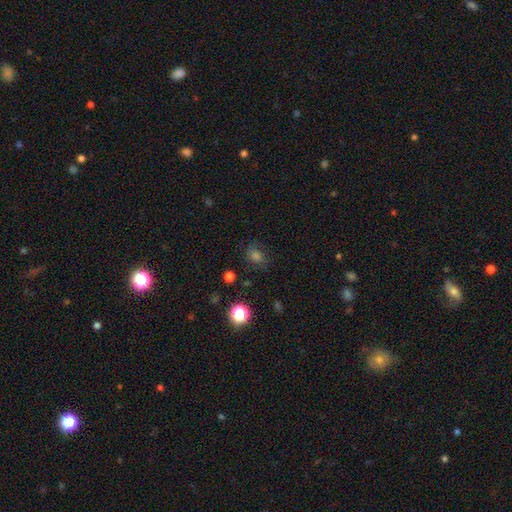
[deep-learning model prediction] Smooth or featured: smooth — 61% (star or artifact — 29%)
How rounded: round — 62% (in between — 37%)
Merging: none — 77% (minor disturbance — 15%)